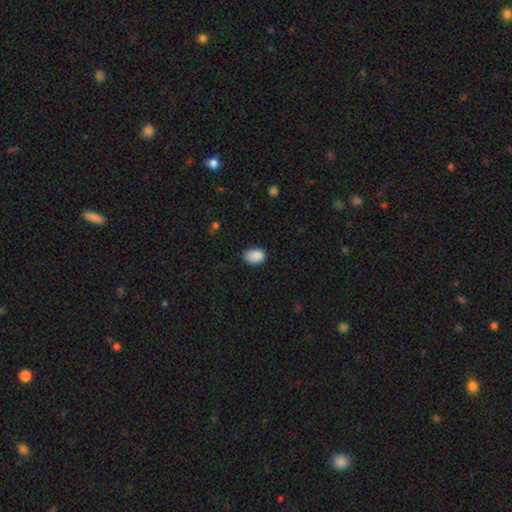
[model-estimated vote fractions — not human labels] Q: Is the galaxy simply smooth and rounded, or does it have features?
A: smooth — 89%.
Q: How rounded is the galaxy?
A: in between — 79%.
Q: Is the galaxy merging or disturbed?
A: none — 77%.